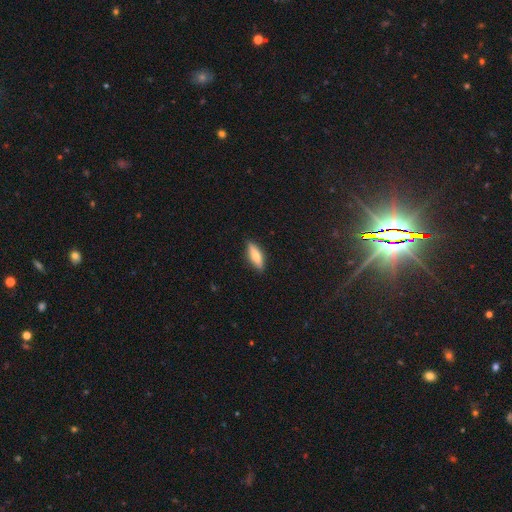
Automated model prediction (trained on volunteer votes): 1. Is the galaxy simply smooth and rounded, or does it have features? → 61% smooth, 33% featured or disk, 6% star or artifact.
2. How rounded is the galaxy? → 51% cigar-shaped, 47% in between, 2% round.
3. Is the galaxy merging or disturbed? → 87% none, 10% minor disturbance, 2% major disturbance, 1% merger.